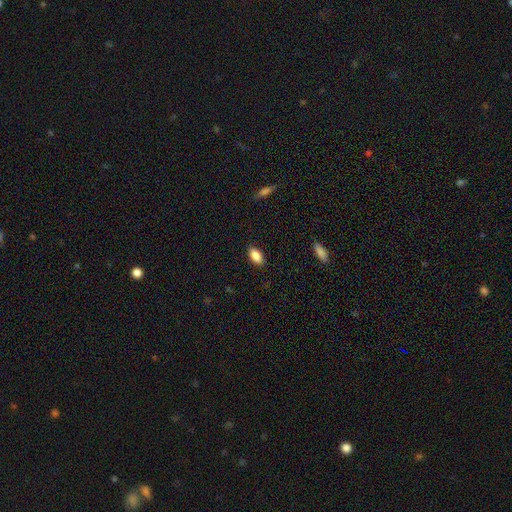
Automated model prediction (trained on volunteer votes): Smooth or featured?
  - smooth: 88% *
  - star or artifact: 8%
  - featured or disk: 5%
How rounded?
  - in between: 92% *
  - round: 5%
  - cigar-shaped: 4%
Merging?
  - none: 88% *
  - minor disturbance: 9%
  - major disturbance: 2%
  - merger: 1%